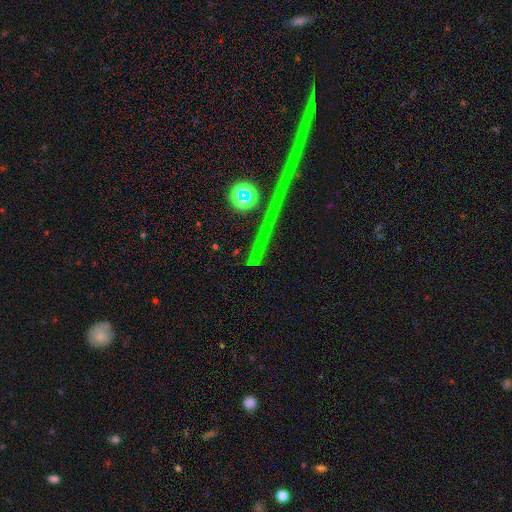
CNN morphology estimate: A star or artifact, not a galaxy (68%).